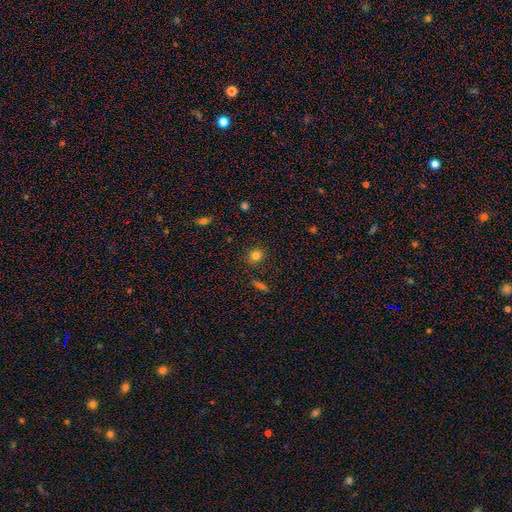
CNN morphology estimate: smooth_or_featured: smooth (p=0.79) [alt: star or artifact p=0.15]
how_rounded: round (p=0.86) [alt: in between p=0.12]
merging: none (p=0.88) [alt: minor disturbance p=0.08]